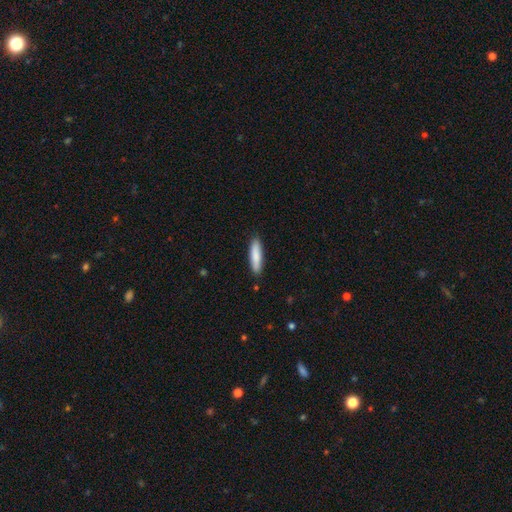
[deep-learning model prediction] Overall: smooth (85%). How rounded: cigar-shaped (77%). Merging: none (89%).